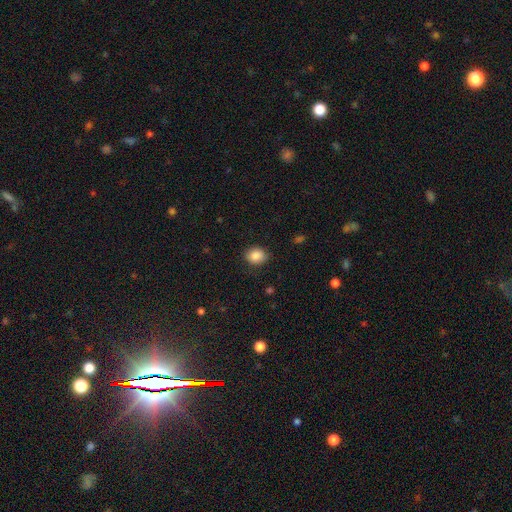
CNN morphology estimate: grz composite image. It shows a smooth galaxy with no disk features (88%) that is round (52%). Merging: none (86%).